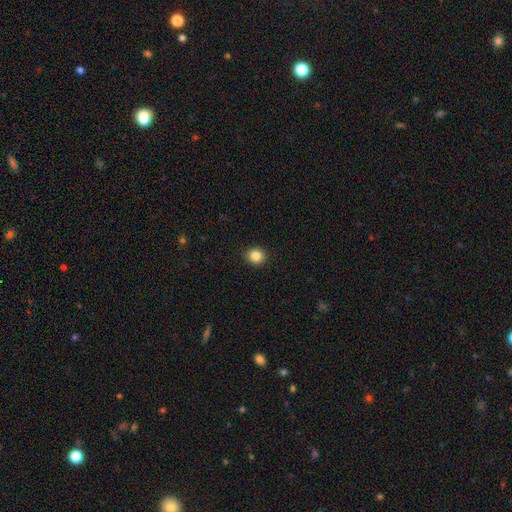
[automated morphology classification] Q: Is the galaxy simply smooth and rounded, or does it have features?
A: smooth — 85%.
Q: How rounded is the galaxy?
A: round — 81%.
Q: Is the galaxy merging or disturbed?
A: none — 92%.